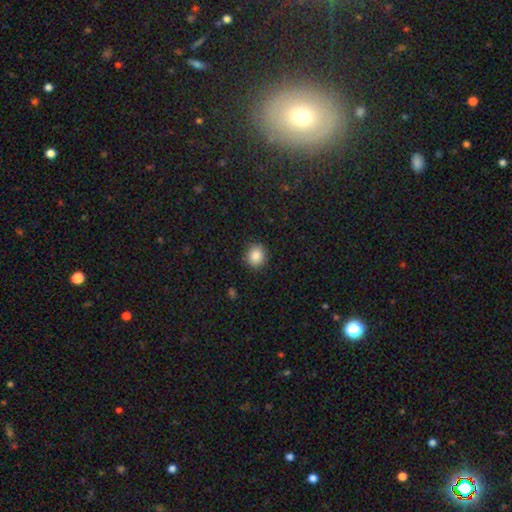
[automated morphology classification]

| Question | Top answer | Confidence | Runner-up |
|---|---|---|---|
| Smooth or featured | smooth | 86% | star or artifact (10%) |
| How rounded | round | 78% | in between (21%) |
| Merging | none | 89% | minor disturbance (7%) |